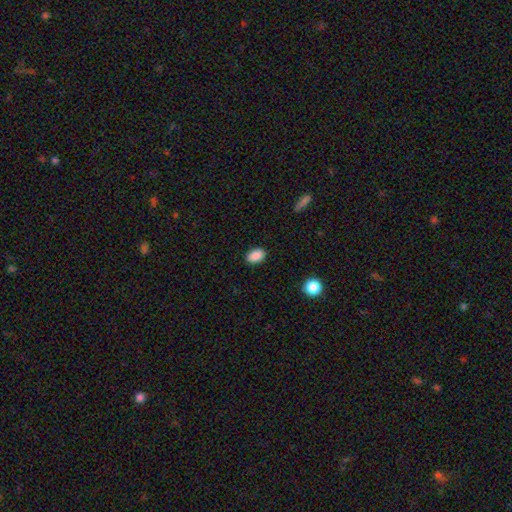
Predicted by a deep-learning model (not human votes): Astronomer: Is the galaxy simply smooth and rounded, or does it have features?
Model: smooth — 89%.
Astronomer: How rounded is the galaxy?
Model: in between — 87%.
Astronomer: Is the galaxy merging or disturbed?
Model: none — 88%.